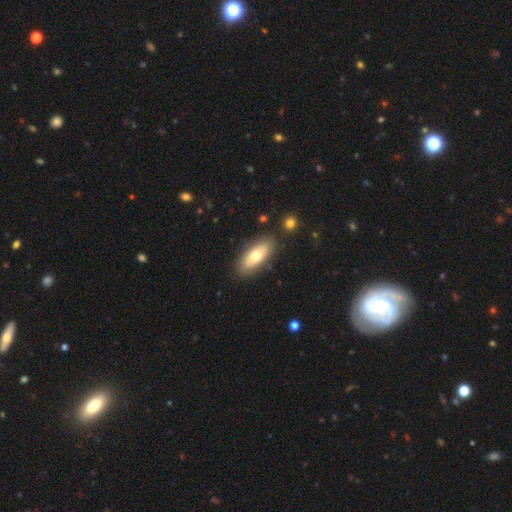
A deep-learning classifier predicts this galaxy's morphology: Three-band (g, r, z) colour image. It shows a smooth galaxy with no disk features (65%) that is in between round and cigar-shaped (81%). Merging: none (84%).